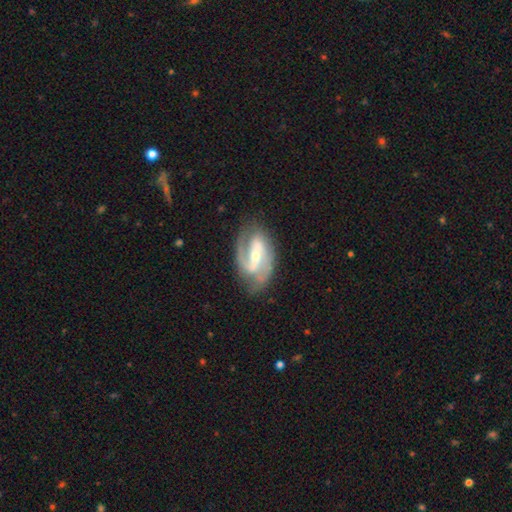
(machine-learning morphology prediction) A featured or disk galaxy (88%) with a strong bar (56%), 2 (85%) medium (51%) spiral arms (96%) and a small central bulge (51%). Merging: none (75%).